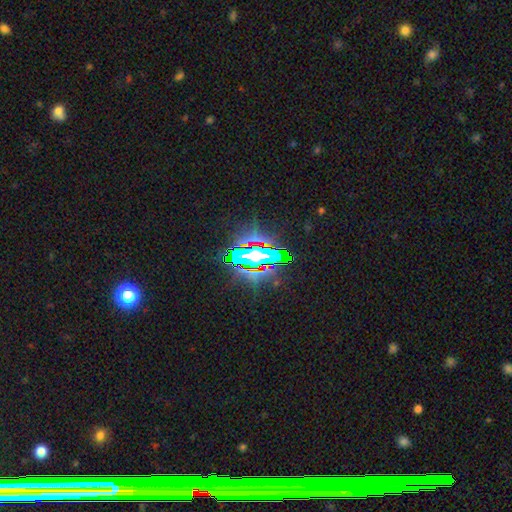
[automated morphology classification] A star or artifact, not a galaxy (70%).

Vote fractions:
- Smooth or featured? star or artifact: 70% / smooth: 16% / featured or disk: 14%